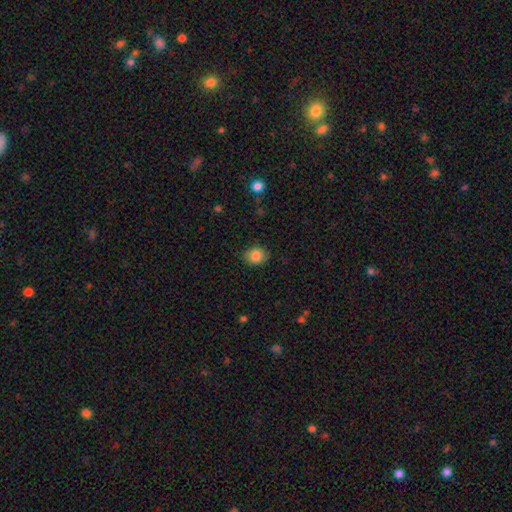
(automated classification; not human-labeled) A smooth galaxy with no disk features (86%) that is round (69%).

Vote fractions:
- Smooth or featured? smooth: 86% / star or artifact: 9% / featured or disk: 5%
- How rounded? round: 69% / in between: 31% / cigar-shaped: 1%
- Merging? none: 85% / minor disturbance: 11% / major disturbance: 3% / merger: 1%